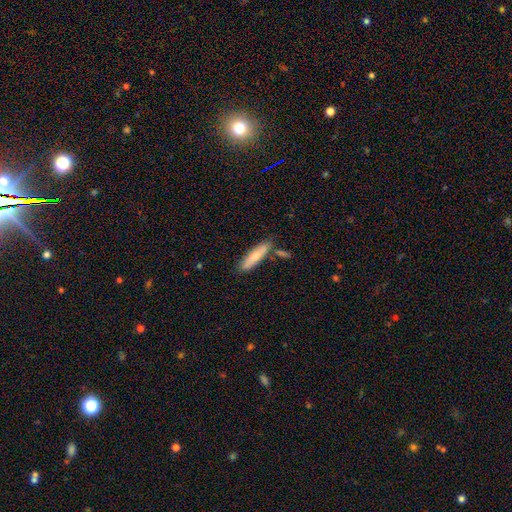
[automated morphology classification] Overall: smooth (69%). How rounded: cigar-shaped (72%). Merging: none (75%).